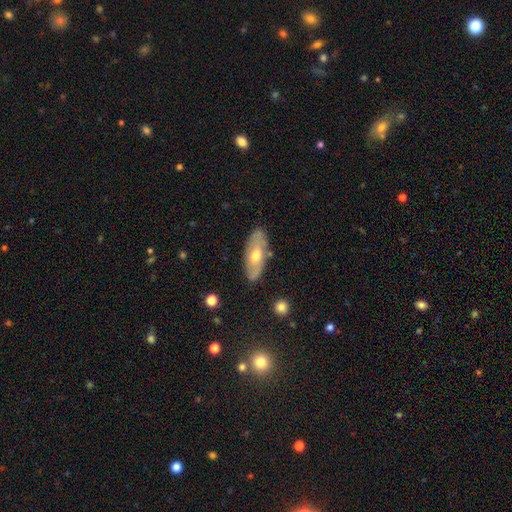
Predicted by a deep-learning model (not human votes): Q: Smooth or featured?
A: featured or disk (52%); runner-up: smooth (41%)
Q: Edge-on disk?
A: no (74%); runner-up: yes (26%)
Q: Merging?
A: none (83%); runner-up: minor disturbance (13%)